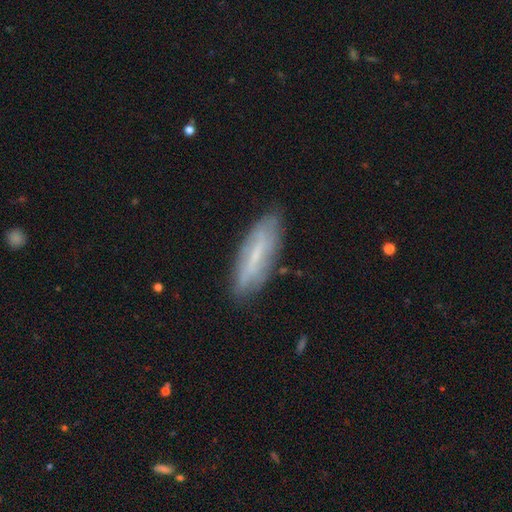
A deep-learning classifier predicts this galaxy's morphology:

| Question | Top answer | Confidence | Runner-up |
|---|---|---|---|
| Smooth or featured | featured or disk | 47% | smooth (45%) |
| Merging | none | 79% | minor disturbance (16%) |